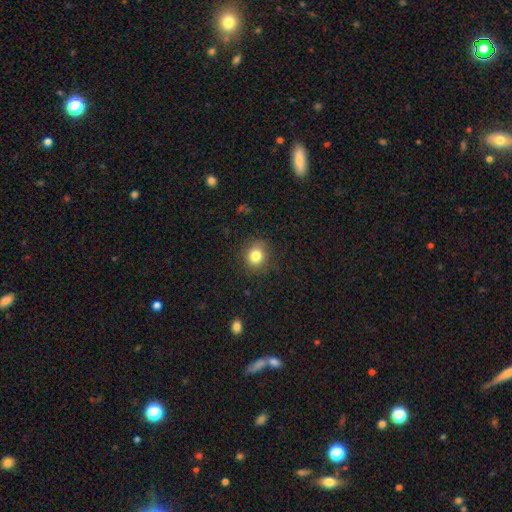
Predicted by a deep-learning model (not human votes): Smooth or featured? Predicted: smooth (p=0.82). How rounded? Predicted: round (p=0.79). Merging? Predicted: none (p=0.87).